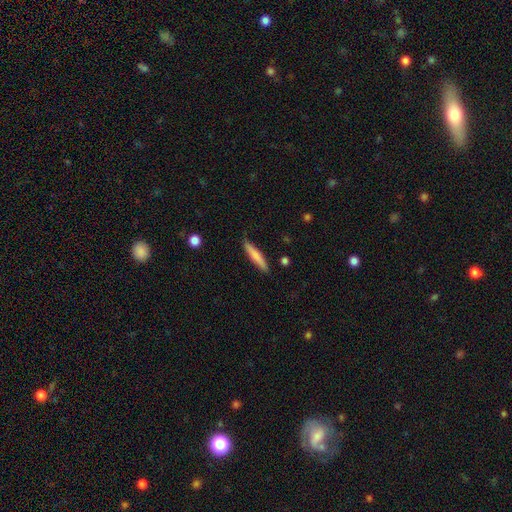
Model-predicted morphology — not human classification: smooth_or_featured: smooth (p=0.76) [alt: featured or disk p=0.19]
how_rounded: cigar-shaped (p=0.90) [alt: in between p=0.09]
merging: none (p=0.82) [alt: minor disturbance p=0.14]